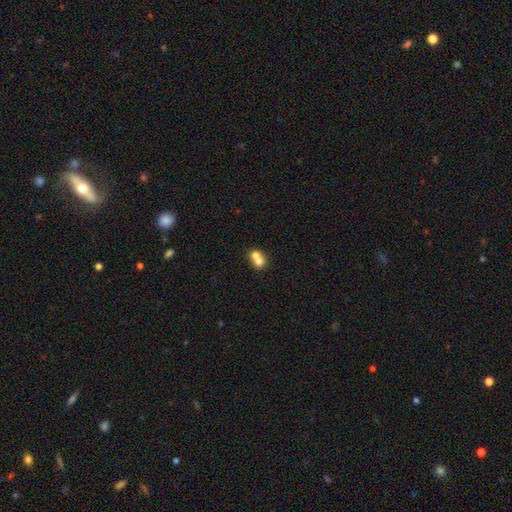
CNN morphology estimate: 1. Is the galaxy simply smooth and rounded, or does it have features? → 69% smooth, 21% featured or disk, 10% star or artifact.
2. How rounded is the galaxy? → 72% round, 27% in between, 1% cigar-shaped.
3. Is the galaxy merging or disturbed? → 68% merger, 25% none, 5% minor disturbance, 2% major disturbance.